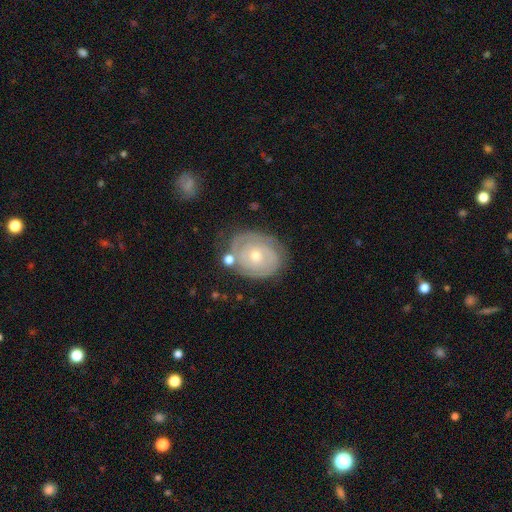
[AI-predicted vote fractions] smooth_or_featured: featured or disk (p=0.79) [alt: smooth p=0.15]
disk_edge_on: no (p=0.97) [alt: yes p=0.03]
bar: no (p=0.79) [alt: weak p=0.17]
has_spiral_arms: yes (p=0.89) [alt: no p=0.11]
spiral_winding: tight (p=0.78) [alt: medium p=0.17]
spiral_arm_count: 2 (p=0.42) [alt: can't tell p=0.31]
bulge_size: small (p=0.52) [alt: moderate p=0.44]
merging: none (p=0.71) [alt: minor disturbance p=0.18]